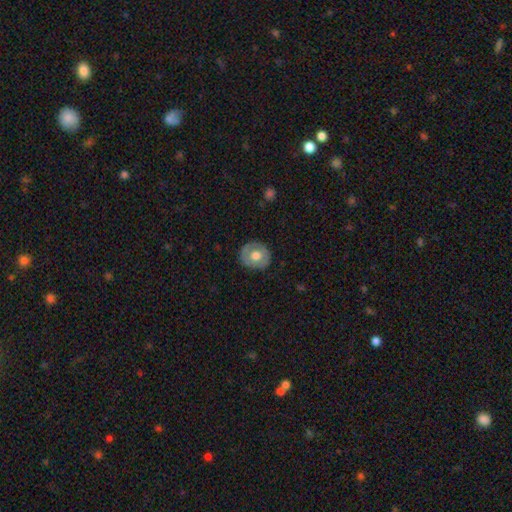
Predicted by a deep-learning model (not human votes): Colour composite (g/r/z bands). It shows a smooth galaxy with no disk features (57%) that is round (84%). Merging: none (83%).